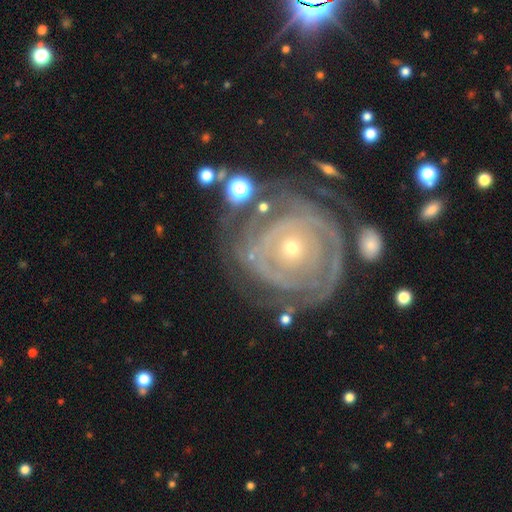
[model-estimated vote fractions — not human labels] The model was most divided on "spiral arm count": can't tell: 39%, 2: 19%, 3: 16%, 4: 11%, more than 4: 8%, 1: 7%. More confident: edge-on disk — no (97%); spiral arms — yes (89%); smooth or featured — featured or disk (85%); spiral winding — tight (84%); bar — no (81%); bulge size — small (68%); merging — none (66%).